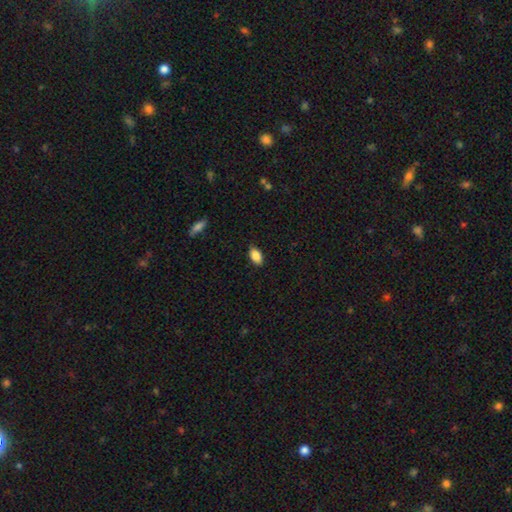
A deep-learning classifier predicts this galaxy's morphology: Smooth or featured: smooth — 86% (star or artifact — 8%)
How rounded: in between — 91% (round — 5%)
Merging: none — 86% (minor disturbance — 11%)